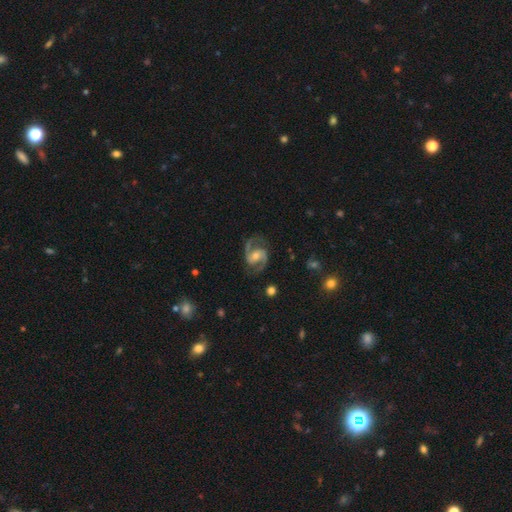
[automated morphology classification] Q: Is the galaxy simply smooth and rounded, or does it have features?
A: featured or disk — 91%.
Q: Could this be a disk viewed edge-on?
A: no — 98%.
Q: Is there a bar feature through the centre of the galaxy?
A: weak — 41%.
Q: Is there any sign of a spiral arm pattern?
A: yes — 98%.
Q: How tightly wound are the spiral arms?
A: medium — 62%.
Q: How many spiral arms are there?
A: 2 — 94%.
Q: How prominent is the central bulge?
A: moderate — 54%.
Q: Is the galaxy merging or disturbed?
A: none — 80%.